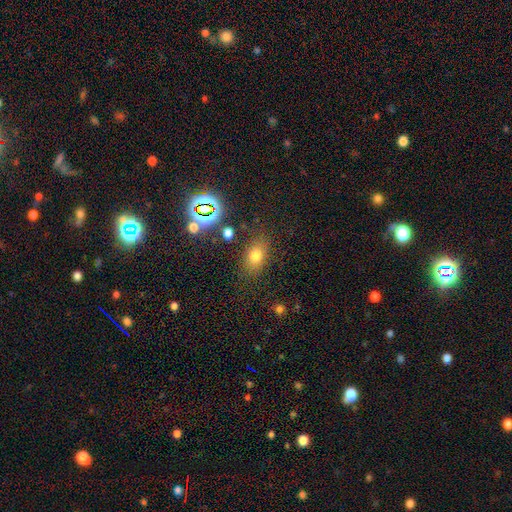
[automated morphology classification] The model was most divided on "smooth or featured": smooth: 71%, star or artifact: 18%, featured or disk: 11%. More confident: merging — none (78%); how rounded — in between (75%).